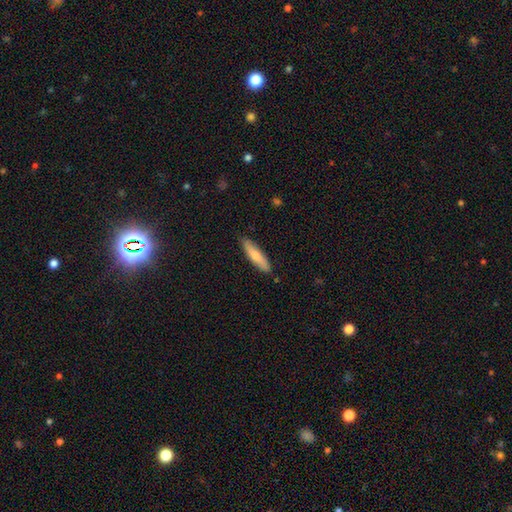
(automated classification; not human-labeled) Smooth or featured? Predicted: smooth (p=0.76). How rounded? Predicted: cigar-shaped (p=0.74). Merging? Predicted: none (p=0.86).